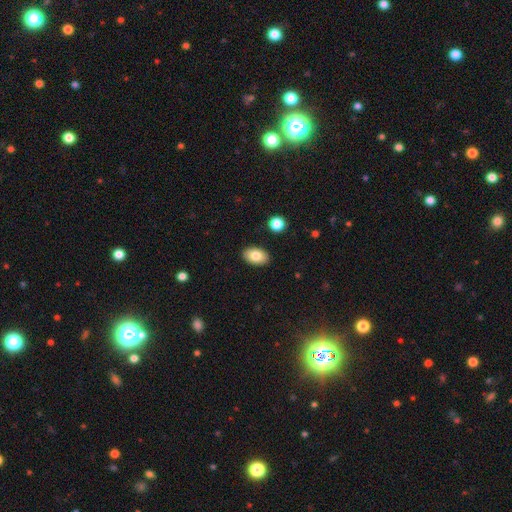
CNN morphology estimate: This appears to be a smooth galaxy with no disk features (82%) that is in between round and cigar-shaped (91%). Merging: none (89%).